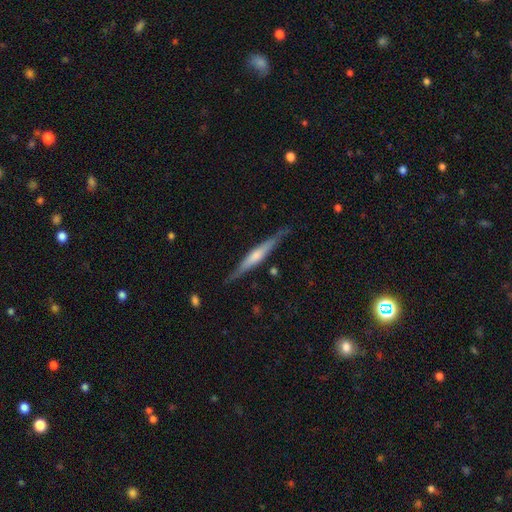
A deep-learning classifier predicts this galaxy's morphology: featured or disk 75%, smooth 18%, star or artifact 6%. Down the decision tree: edge-on disk — yes (97%); edge-on bulge — rounded (66%); merging — none (87%).